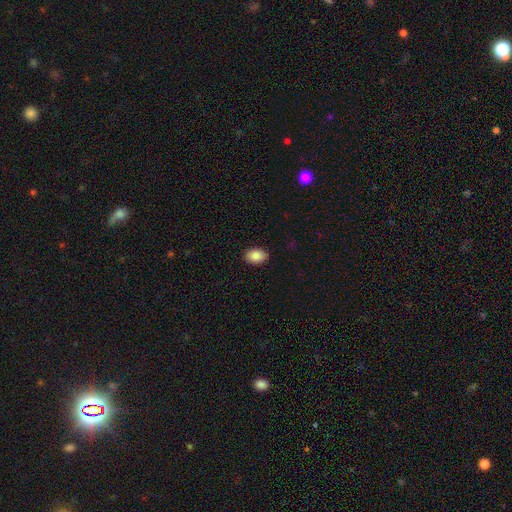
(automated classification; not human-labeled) This appears to be a smooth galaxy with no disk features (88%) that is in between round and cigar-shaped (85%). Merging: none (89%).